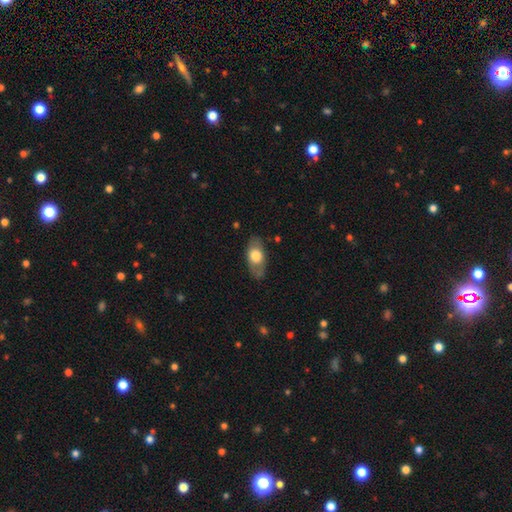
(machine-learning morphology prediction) smooth_or_featured: smooth (p=0.66) [alt: featured or disk p=0.28]
how_rounded: in between (p=0.88) [alt: round p=0.07]
merging: none (p=0.74) [alt: minor disturbance p=0.19]